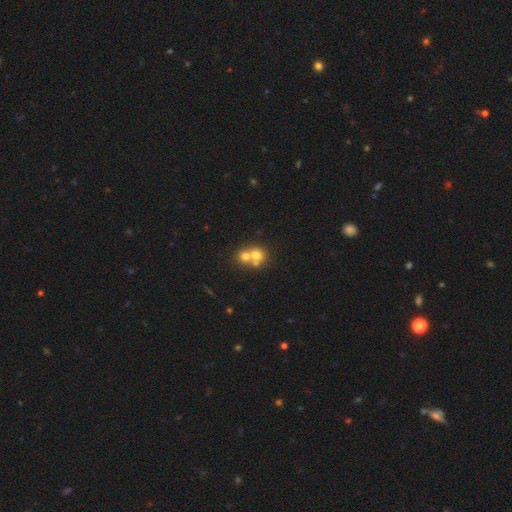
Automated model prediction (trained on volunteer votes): This is likely a smooth galaxy (67%). How rounded: clearly round (81%). Merging: likely merger (62%).